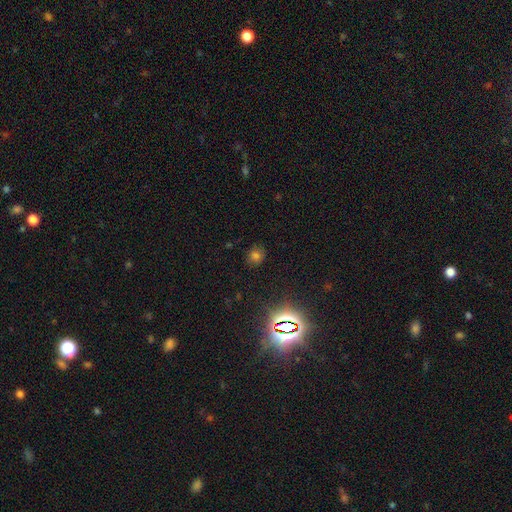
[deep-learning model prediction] Overall: smooth (65%; star or artifact 28%). How rounded: round (73%). Merging: none (84%).